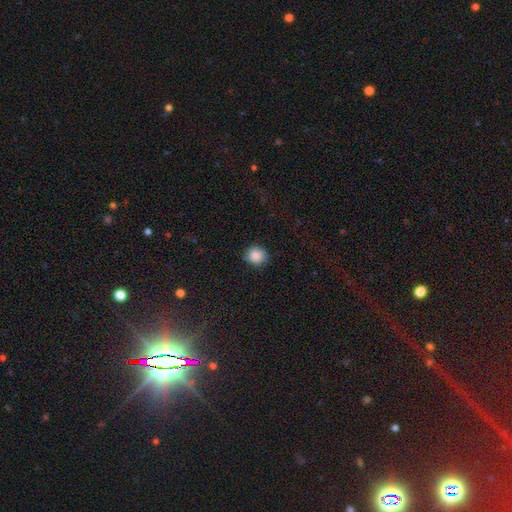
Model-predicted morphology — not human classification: smooth_or_featured: smooth (p=0.87) [alt: star or artifact p=0.09]
how_rounded: round (p=0.89) [alt: in between p=0.10]
merging: none (p=0.83) [alt: minor disturbance p=0.13]